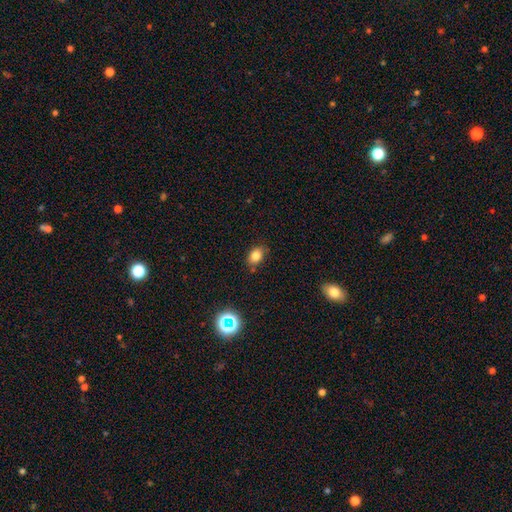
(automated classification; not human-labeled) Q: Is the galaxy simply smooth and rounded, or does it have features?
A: smooth — 80%.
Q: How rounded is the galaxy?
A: in between — 66%.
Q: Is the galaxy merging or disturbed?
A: none — 78%.